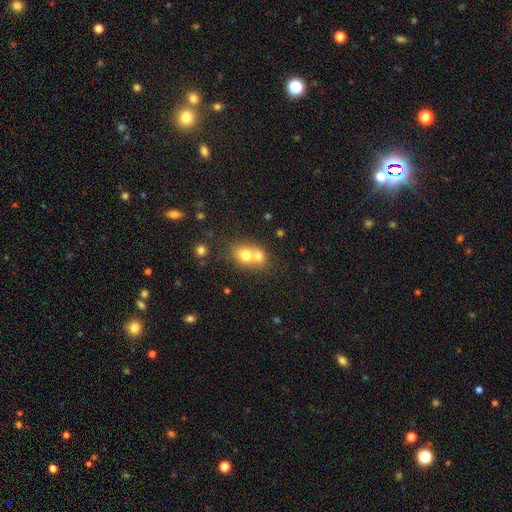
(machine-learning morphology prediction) Smooth or featured: smooth — 67% (featured or disk — 19%)
How rounded: round — 66% (in between — 33%)
Merging: merger — 60% (none — 31%)